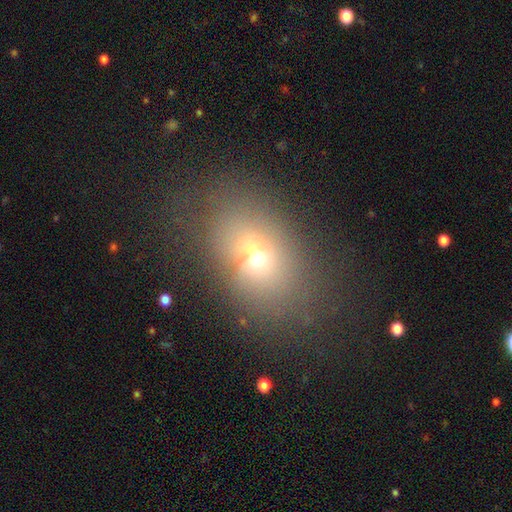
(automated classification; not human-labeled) smooth 64%, star or artifact 19%, featured or disk 17%. Down the decision tree: how rounded — in between (65%); merging — none (64%).